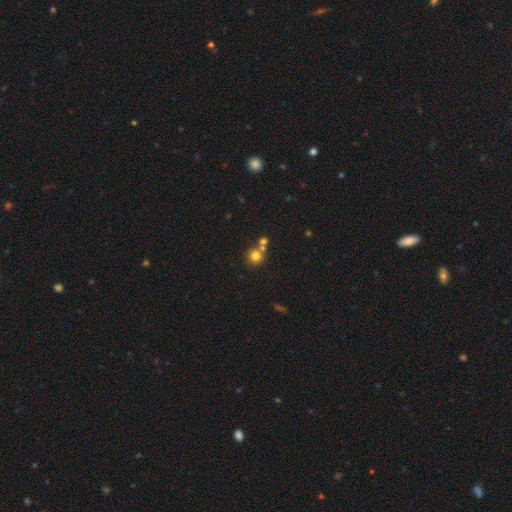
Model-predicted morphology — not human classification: smooth_or_featured: smooth (p=0.76) [alt: star or artifact p=0.14]
how_rounded: round (p=0.91) [alt: in between p=0.08]
merging: none (p=0.61) [alt: merger p=0.29]